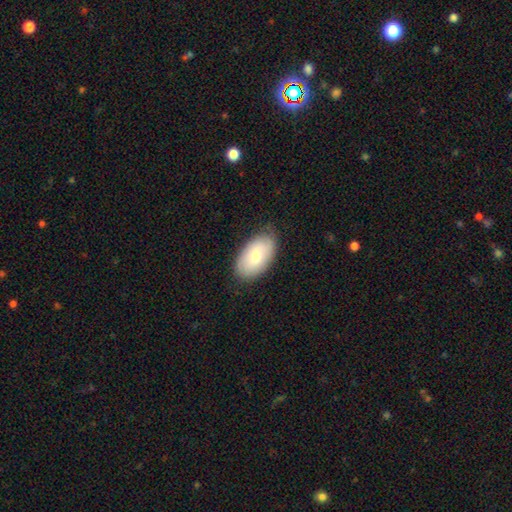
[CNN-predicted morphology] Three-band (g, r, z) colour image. It shows a smooth galaxy with no disk features (69%) that is in between round and cigar-shaped (94%). Merging: none (79%).